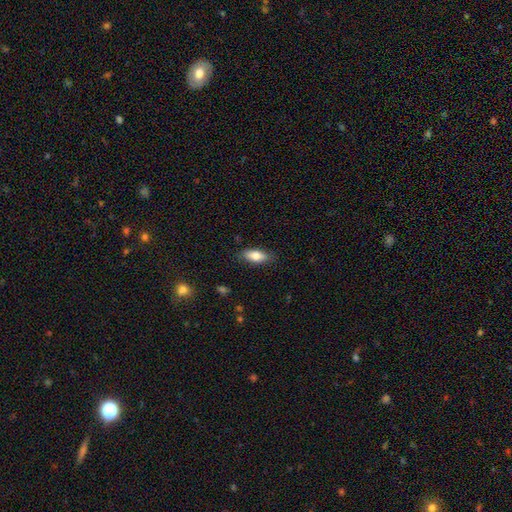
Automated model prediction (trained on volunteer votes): Smooth or featured: smooth — 78% (featured or disk — 15%)
How rounded: in between — 78% (cigar-shaped — 19%)
Merging: none — 84% (minor disturbance — 12%)